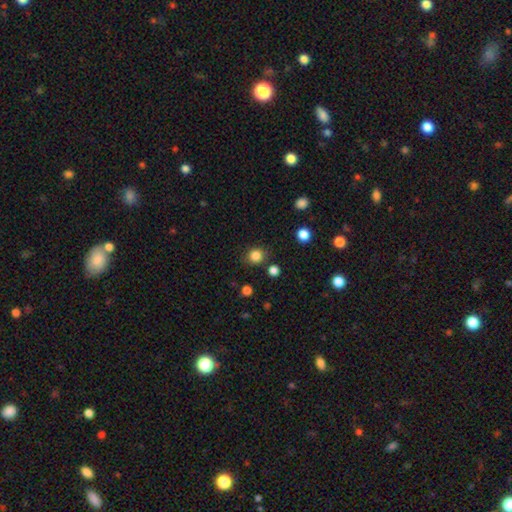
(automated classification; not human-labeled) Morphology: type=smooth (83%); roundness=round (85%); merging=none (83%).